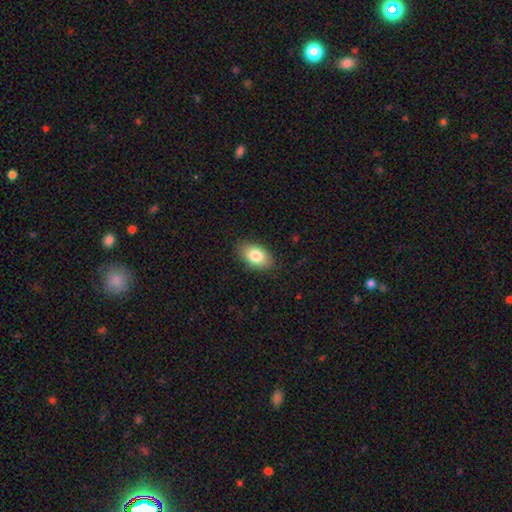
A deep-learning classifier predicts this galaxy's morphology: Smooth or featured? smooth (82%)
How rounded? in between (91%)
Merging? none (86%)